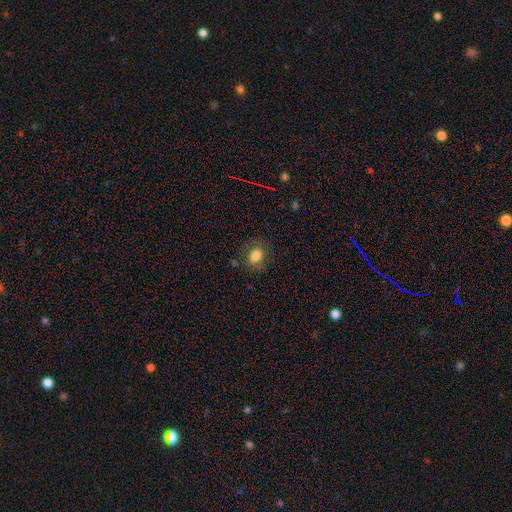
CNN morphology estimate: The model was most divided on "how rounded": in between: 55%, round: 43%, cigar-shaped: 1%. More confident: smooth or featured — smooth (79%); merging — none (77%).